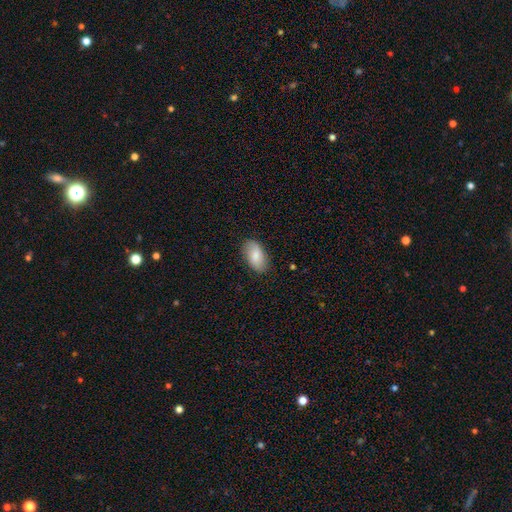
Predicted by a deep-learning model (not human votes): Smooth or featured? smooth (82%)
How rounded? in between (94%)
Merging? none (83%)